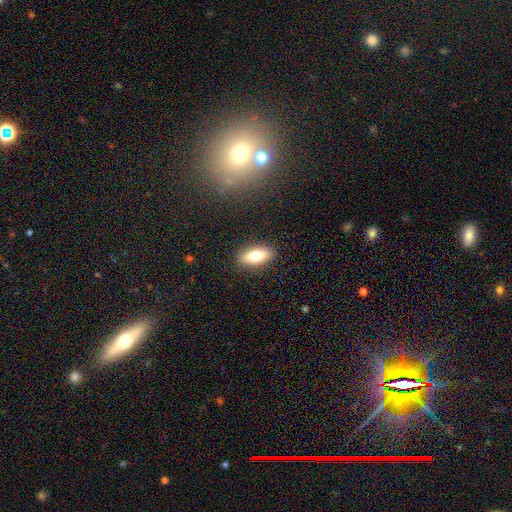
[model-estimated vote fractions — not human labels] The model was most divided on "smooth or featured": smooth: 73%, featured or disk: 20%, star or artifact: 8%. More confident: merging — none (88%); how rounded — in between (78%).